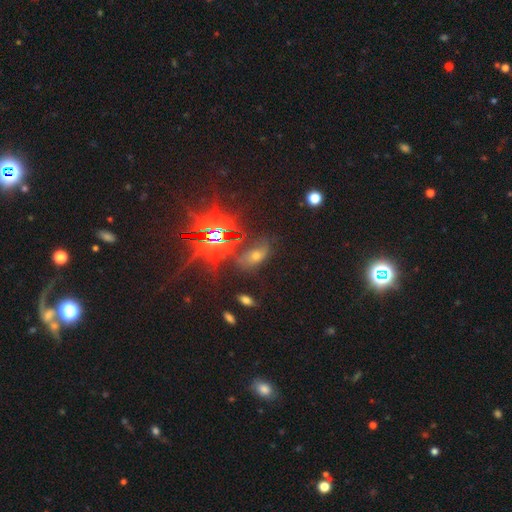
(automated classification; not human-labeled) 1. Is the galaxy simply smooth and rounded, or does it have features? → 52% star or artifact, 28% smooth, 20% featured or disk.